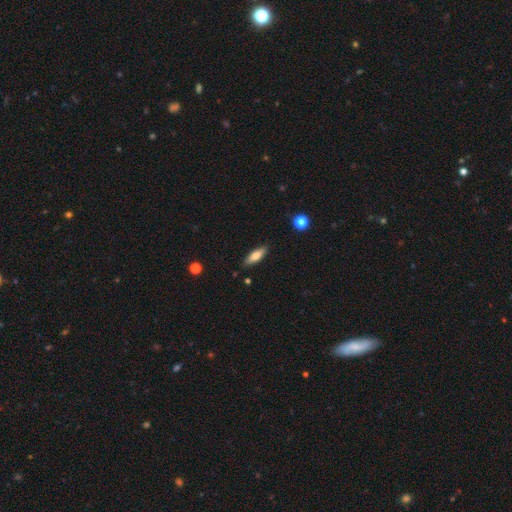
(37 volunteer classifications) smooth 73%, featured or disk 19%, star or artifact 8%. Down the decision tree: how rounded — in between (85%); merging — none (97%).